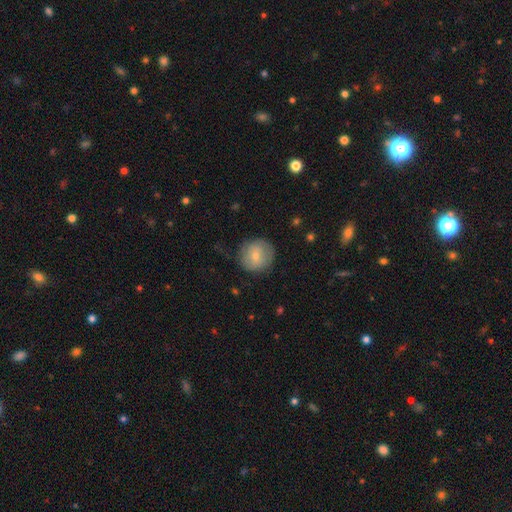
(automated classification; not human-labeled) Smooth or featured? Predicted: smooth (p=0.68). How rounded? Predicted: round (p=0.92). Merging? Predicted: none (p=0.79).